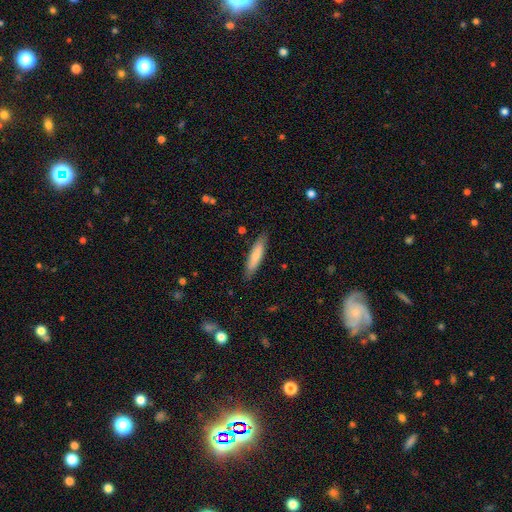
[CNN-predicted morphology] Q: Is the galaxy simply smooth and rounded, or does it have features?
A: smooth — 77%.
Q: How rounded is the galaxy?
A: cigar-shaped — 83%.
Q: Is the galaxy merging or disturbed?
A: none — 87%.